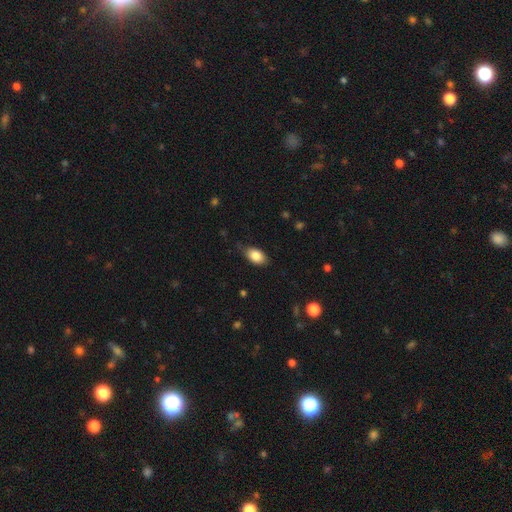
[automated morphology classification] Q: Smooth or featured?
A: smooth (84%); runner-up: featured or disk (8%)
Q: How rounded?
A: in between (91%); runner-up: round (6%)
Q: Merging?
A: none (74%); runner-up: minor disturbance (21%)